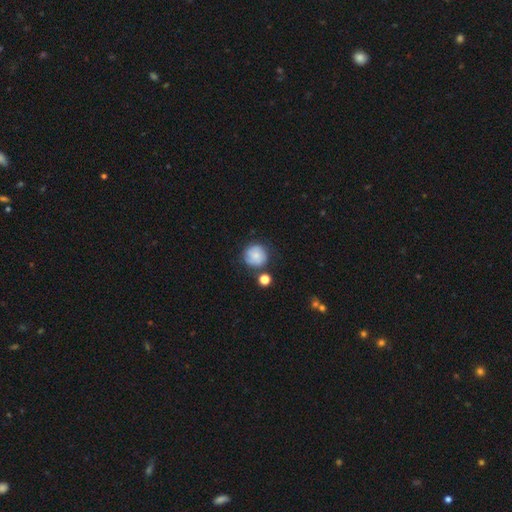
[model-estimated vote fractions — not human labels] This is possibly a smooth galaxy (58%). How rounded: clearly round (90%). Merging: likely none (68%).